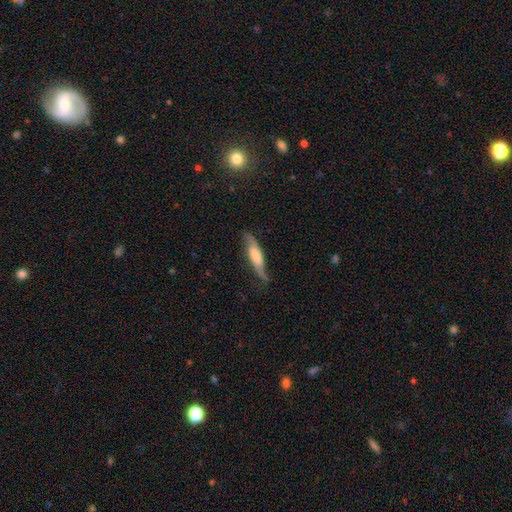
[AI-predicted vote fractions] Smooth or featured? smooth (48%)
Merging? none (65%)